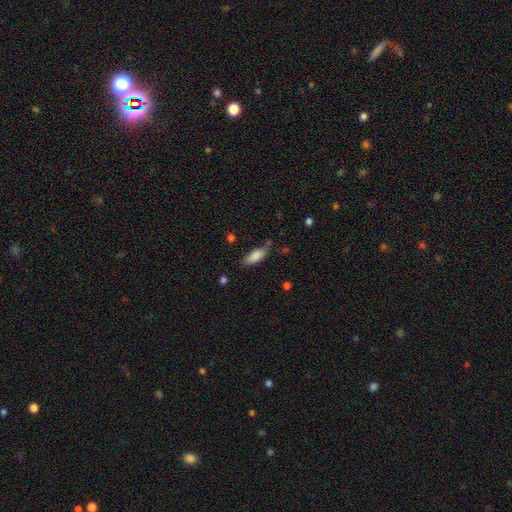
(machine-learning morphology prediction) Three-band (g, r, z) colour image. It shows a smooth galaxy with no disk features (85%) that is in between round and cigar-shaped (76%). Merging: none (68%).